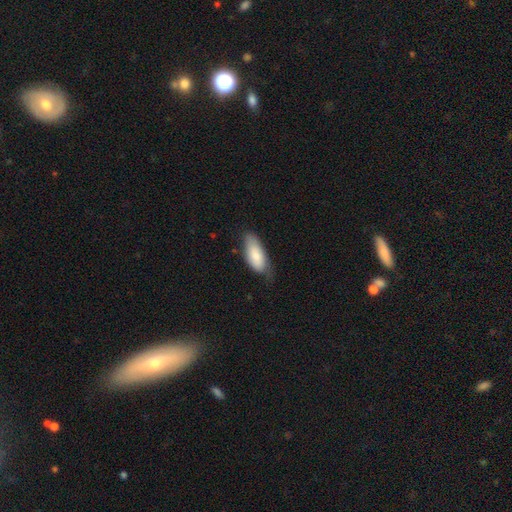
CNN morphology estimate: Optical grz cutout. It shows a smooth galaxy with no disk features (80%) that is in between round and cigar-shaped (85%). Merging: none (56%).